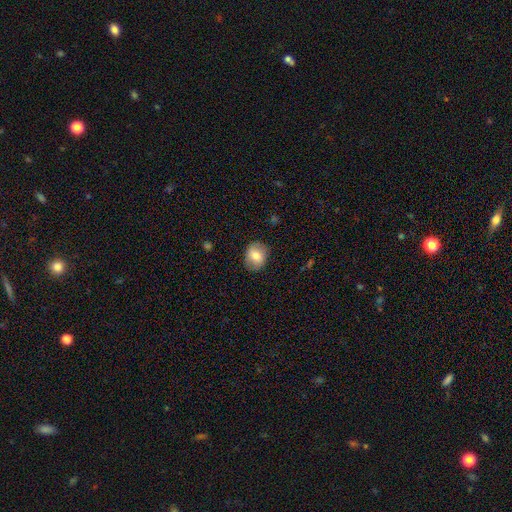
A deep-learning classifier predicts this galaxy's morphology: Smooth or featured? Predicted: smooth (p=0.74). How rounded? Predicted: round (p=0.53). Merging? Predicted: none (p=0.83).